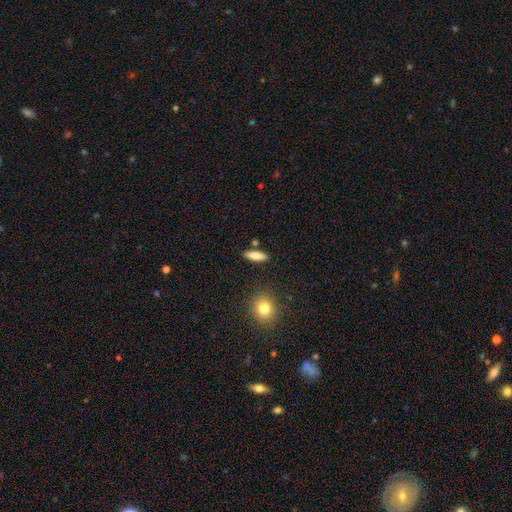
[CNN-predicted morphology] This is clearly a smooth galaxy (82%). How rounded: possibly cigar-shaped (52%). Merging: clearly none (84%).